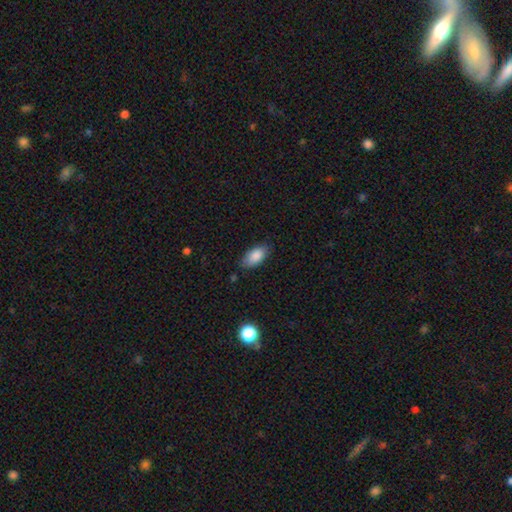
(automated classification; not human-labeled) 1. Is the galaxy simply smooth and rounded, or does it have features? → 87% smooth, 7% star or artifact, 6% featured or disk.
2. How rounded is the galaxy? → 91% in between, 6% cigar-shaped, 3% round.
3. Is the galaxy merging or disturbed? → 78% none, 17% minor disturbance, 3% major disturbance, 2% merger.